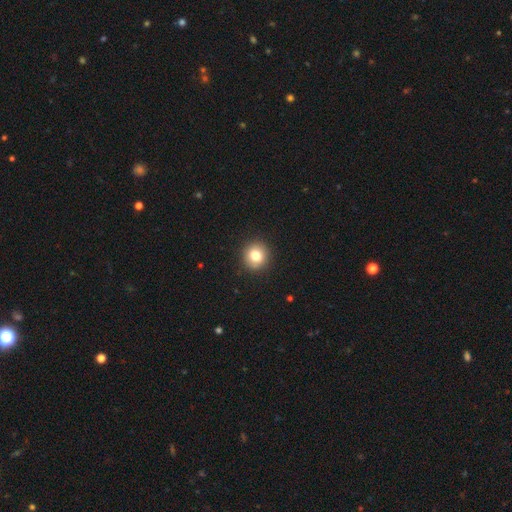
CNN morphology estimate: This appears to be a smooth galaxy with no disk features (79%) that is round (91%). Merging: none (92%).